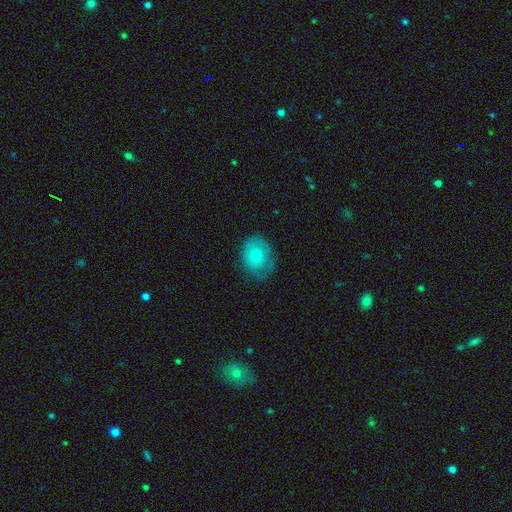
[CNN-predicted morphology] A smooth galaxy with no disk features (66%) that is in between round and cigar-shaped (58%). Merging: none (65%).